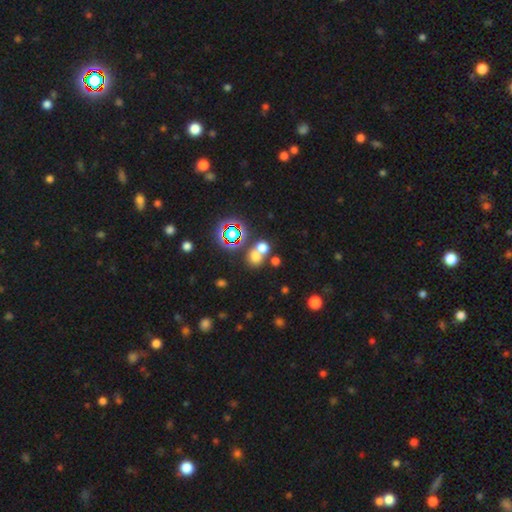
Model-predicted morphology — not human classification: Smooth or featured?
  - smooth: 59% *
  - star or artifact: 30%
  - featured or disk: 10%
How rounded?
  - round: 75% *
  - in between: 23%
  - cigar-shaped: 1%
Merging?
  - none: 49% *
  - merger: 40%
  - minor disturbance: 7%
  - major disturbance: 4%